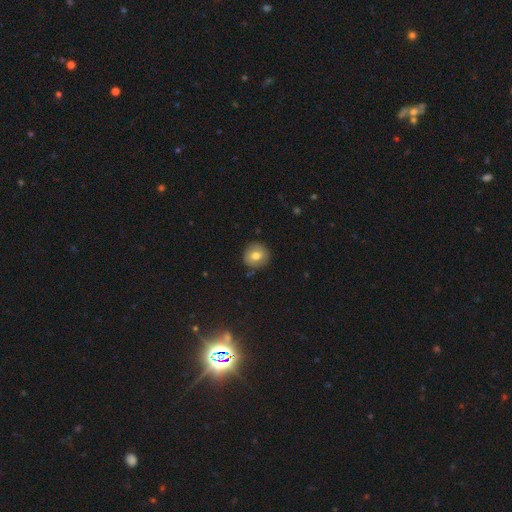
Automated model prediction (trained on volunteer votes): Smooth or featured?
  - smooth: 73% *
  - featured or disk: 18%
  - star or artifact: 9%
How rounded?
  - round: 92% *
  - in between: 7%
  - cigar-shaped: 1%
Merging?
  - none: 86% *
  - minor disturbance: 10%
  - major disturbance: 2%
  - merger: 1%